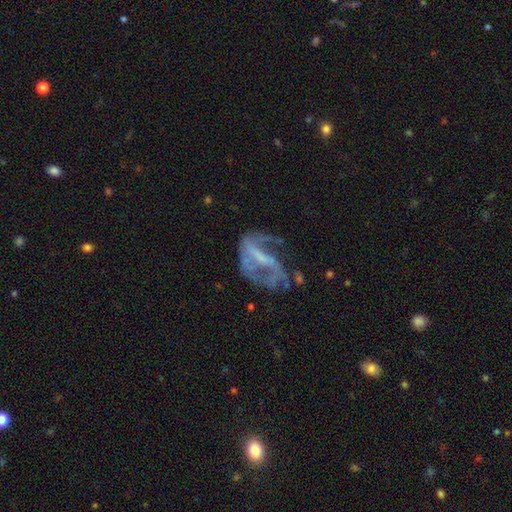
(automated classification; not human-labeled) Overall: featured or disk (74%). Edge-on disk: no (95%). Bar: strong (39%; weak 34%). Spiral arms: yes (63%; no 37%). Bulge size: none (50%; small 28%). Merging: major disturbance (38%; none 36%).